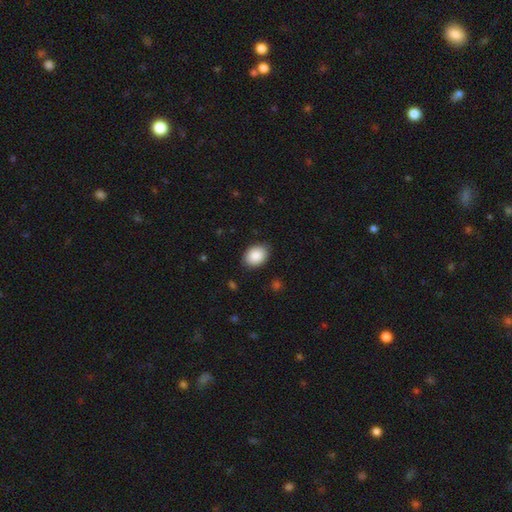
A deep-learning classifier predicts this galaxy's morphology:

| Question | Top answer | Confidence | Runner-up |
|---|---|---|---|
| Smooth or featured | smooth | 90% | star or artifact (7%) |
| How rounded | in between | 75% | round (24%) |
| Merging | none | 87% | minor disturbance (10%) |